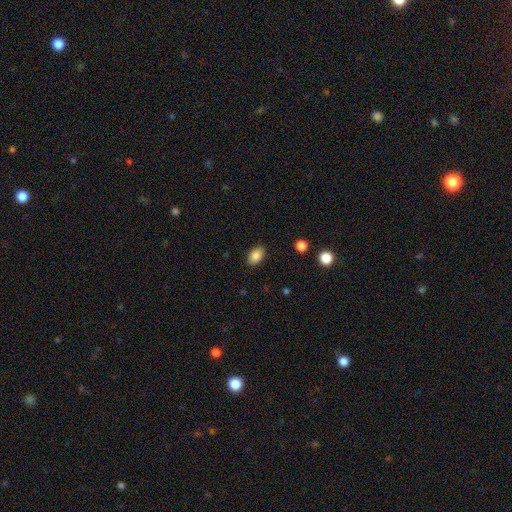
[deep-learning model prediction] Smooth or featured: smooth — 86% (star or artifact — 8%)
How rounded: in between — 87% (round — 11%)
Merging: none — 87% (minor disturbance — 9%)